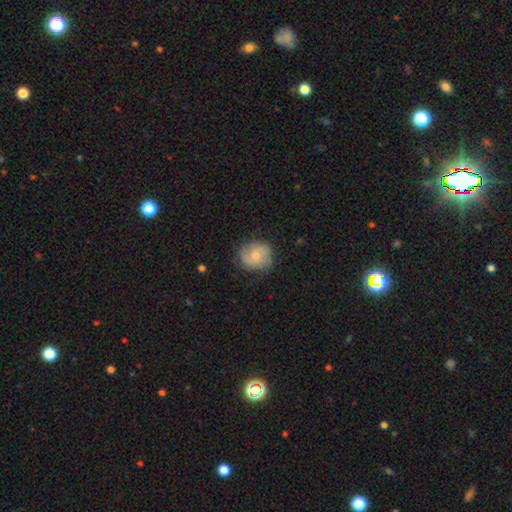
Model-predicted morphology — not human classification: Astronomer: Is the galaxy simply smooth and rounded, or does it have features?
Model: smooth — 50% (runner-up: featured or disk, 43%).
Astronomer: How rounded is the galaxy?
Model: round — 79%.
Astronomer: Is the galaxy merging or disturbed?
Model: none — 74%.